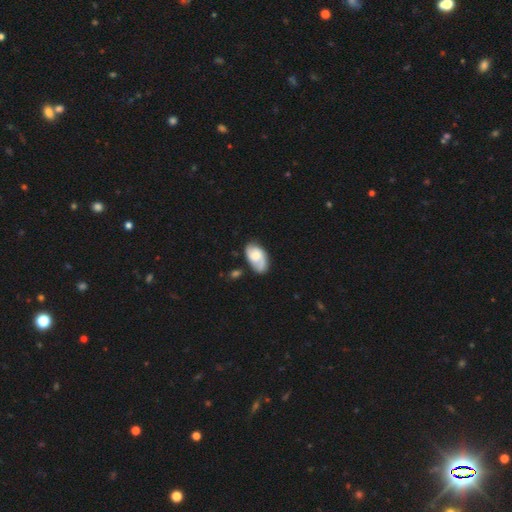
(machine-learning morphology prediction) This is possibly a featured or disk galaxy (47%). Merging: possibly none (58%).